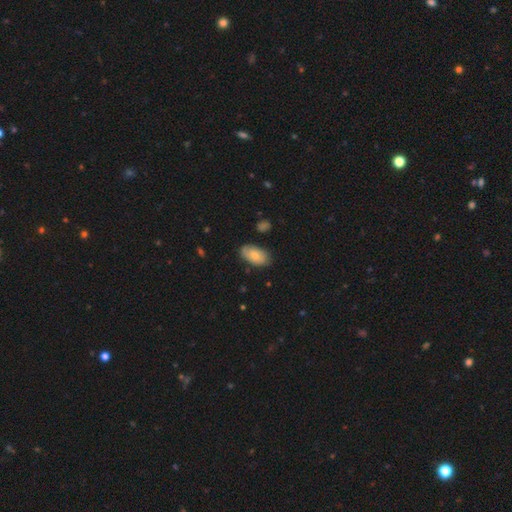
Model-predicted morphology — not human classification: Smooth or featured: smooth — 69% (featured or disk — 25%)
How rounded: in between — 94% (round — 4%)
Merging: none — 74% (minor disturbance — 21%)